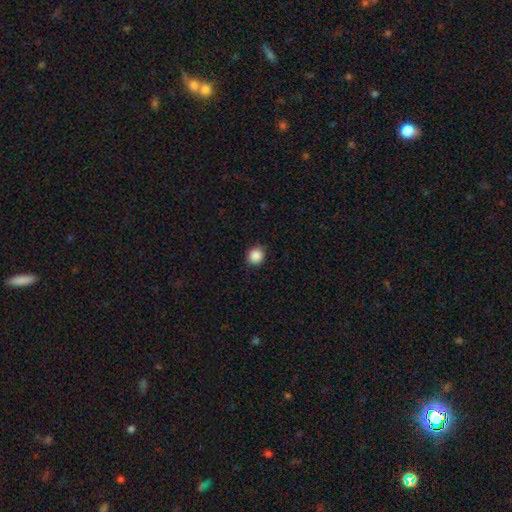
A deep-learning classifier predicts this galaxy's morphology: A smooth galaxy with no disk features (88%) that is round (82%).

Vote fractions:
- Smooth or featured? smooth: 88% / star or artifact: 9% / featured or disk: 3%
- How rounded? round: 82% / in between: 17% / cigar-shaped: 1%
- Merging? none: 86% / minor disturbance: 10% / major disturbance: 2% / merger: 1%